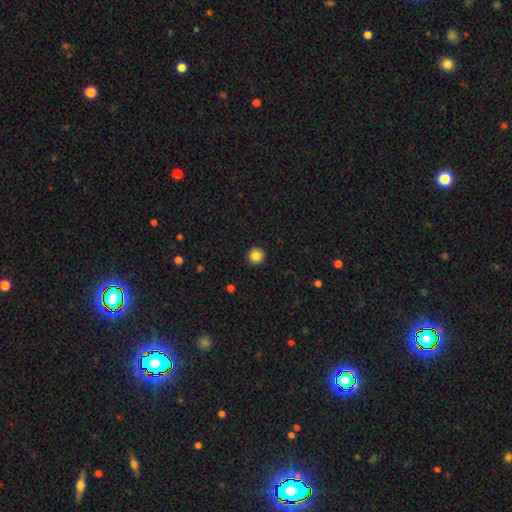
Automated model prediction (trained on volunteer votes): Smooth or featured? Predicted: smooth (p=0.85). How rounded? Predicted: round (p=0.96). Merging? Predicted: none (p=0.93).